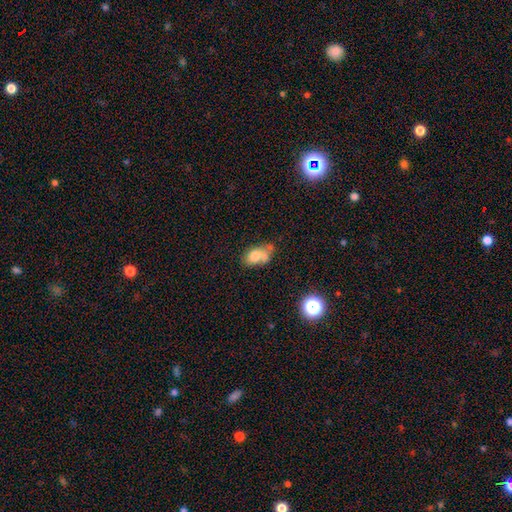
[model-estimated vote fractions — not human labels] smooth_or_featured: smooth (p=0.69) [alt: featured or disk p=0.20]
how_rounded: in between (p=0.81) [alt: round p=0.17]
merging: none (p=0.33) [alt: merger p=0.29]